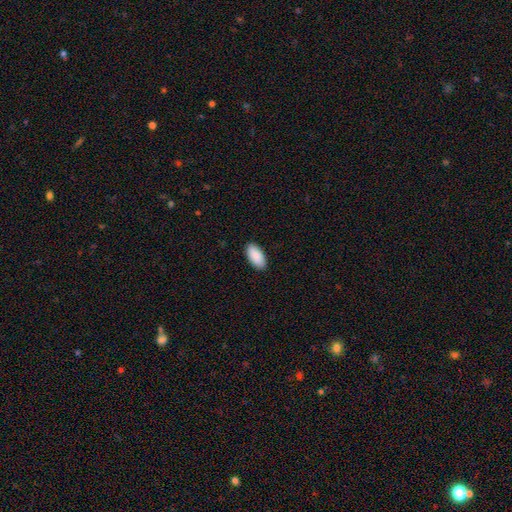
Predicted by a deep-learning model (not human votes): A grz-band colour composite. It shows a smooth galaxy with no disk features (91%) that is in between round and cigar-shaped (95%). Merging: none (90%).